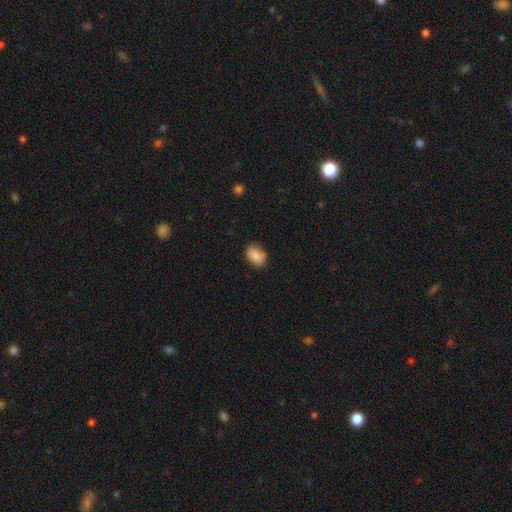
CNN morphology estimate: A smooth galaxy with no disk features (87%) that is in between round and cigar-shaped (75%).

Vote fractions:
- Smooth or featured? smooth: 87% / star or artifact: 8% / featured or disk: 5%
- How rounded? in between: 75% / round: 24% / cigar-shaped: 1%
- Merging? none: 80% / minor disturbance: 16% / major disturbance: 3% / merger: 1%